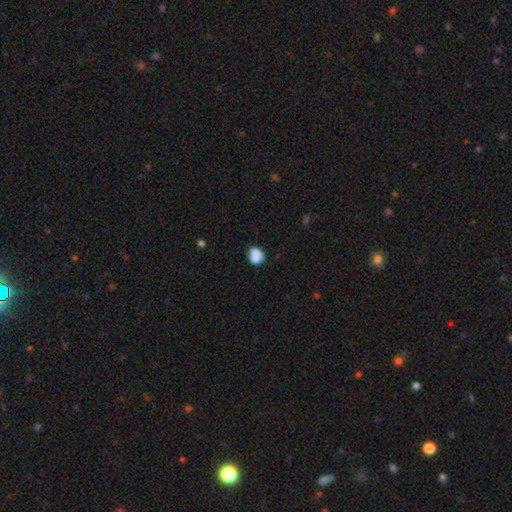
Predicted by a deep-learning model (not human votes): A smooth galaxy with no disk features (79%) that is round (63%). Merging: none (48%).